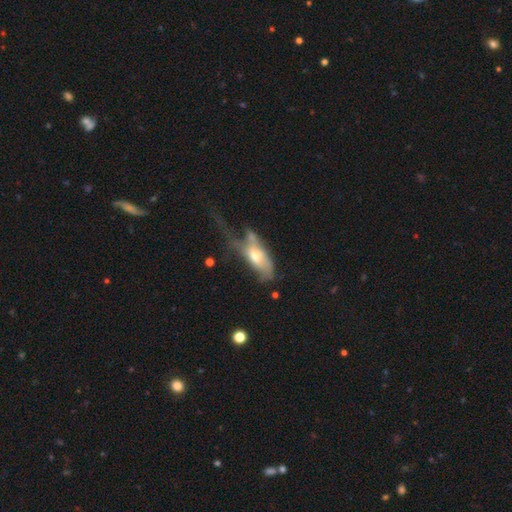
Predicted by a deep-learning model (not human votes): smooth_or_featured: smooth (p=0.49) [alt: featured or disk p=0.43]
merging: major disturbance (p=0.52) [alt: minor disturbance p=0.19]